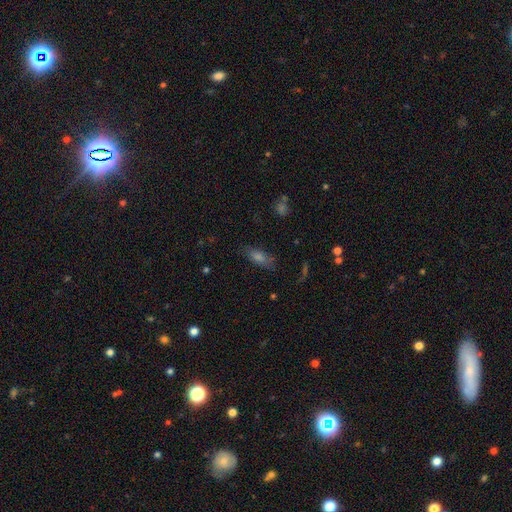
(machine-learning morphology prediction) Smooth or featured? Predicted: smooth (p=0.54). How rounded? Predicted: in between (p=0.64). Merging? Predicted: none (p=0.79).